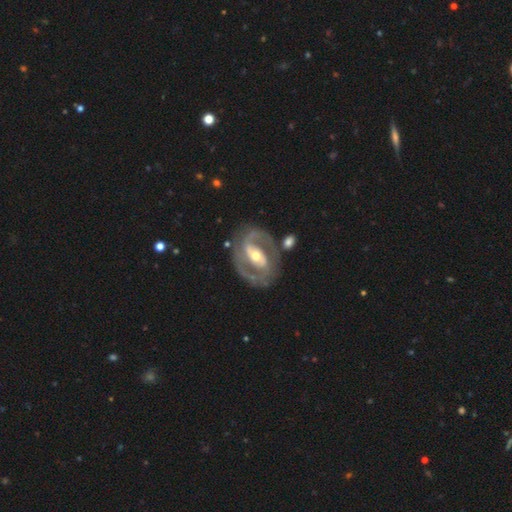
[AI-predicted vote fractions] Smooth or featured? Predicted: featured or disk (p=0.86). Edge-on disk? Predicted: no (p=0.96). Bar? Predicted: strong (p=0.52). Spiral arms? Predicted: yes (p=0.87). Spiral winding? Predicted: medium (p=0.44). Spiral arm count? Predicted: 2 (p=0.83). Bulge size? Predicted: moderate (p=0.55). Merging? Predicted: none (p=0.73).